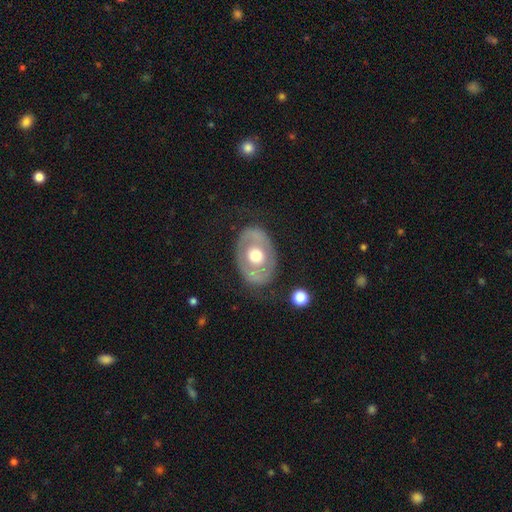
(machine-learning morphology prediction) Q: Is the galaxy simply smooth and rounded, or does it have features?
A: featured or disk — 52%.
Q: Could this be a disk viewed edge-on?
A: no — 93%.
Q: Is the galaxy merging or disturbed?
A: none — 70%.